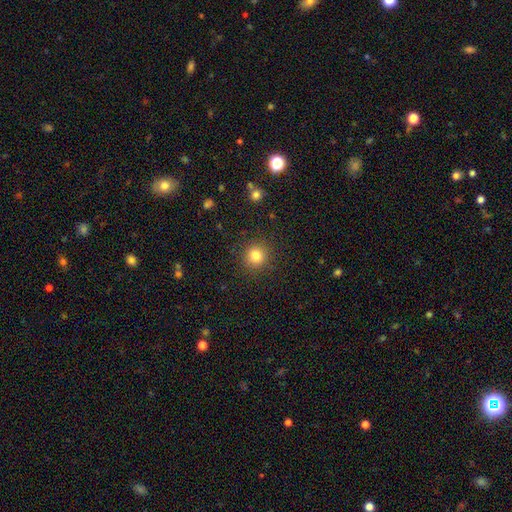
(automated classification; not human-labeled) This is clearly a smooth galaxy (82%). How rounded: clearly round (91%). Merging: clearly none (89%).